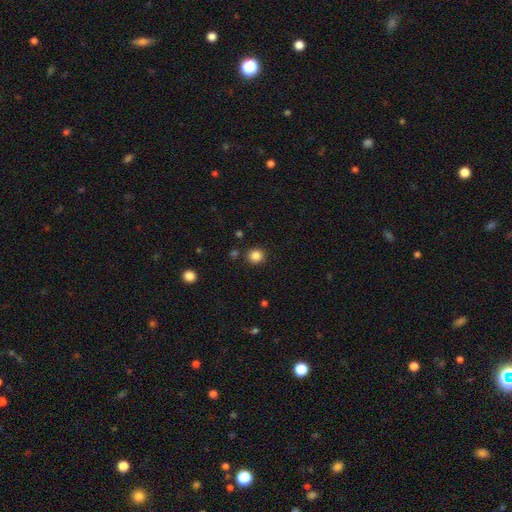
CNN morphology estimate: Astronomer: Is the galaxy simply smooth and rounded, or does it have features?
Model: smooth — 85%.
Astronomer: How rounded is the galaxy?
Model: round — 89%.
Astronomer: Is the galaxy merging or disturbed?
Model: none — 88%.